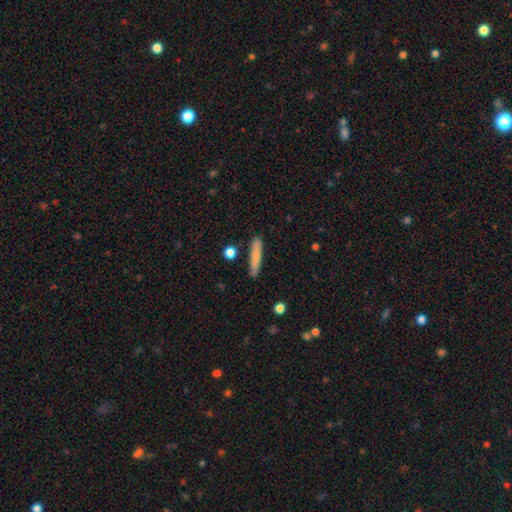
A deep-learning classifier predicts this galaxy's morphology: This is likely a smooth galaxy (75%). How rounded: clearly cigar-shaped (90%). Merging: clearly none (84%).